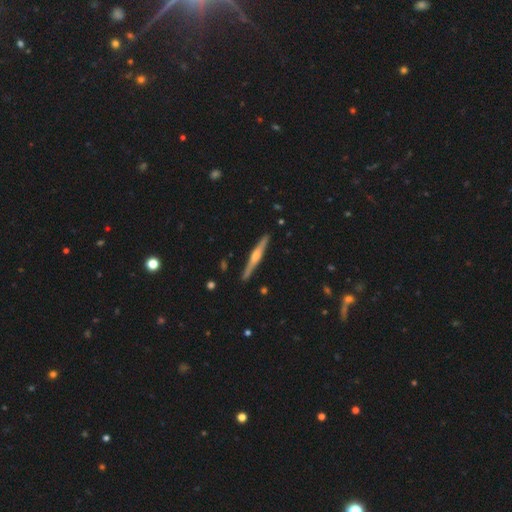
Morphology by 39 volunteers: type=featured or disk (85%); edge-on=yes (97%); edge-on bulge=rounded (88%); merging=none (83%).